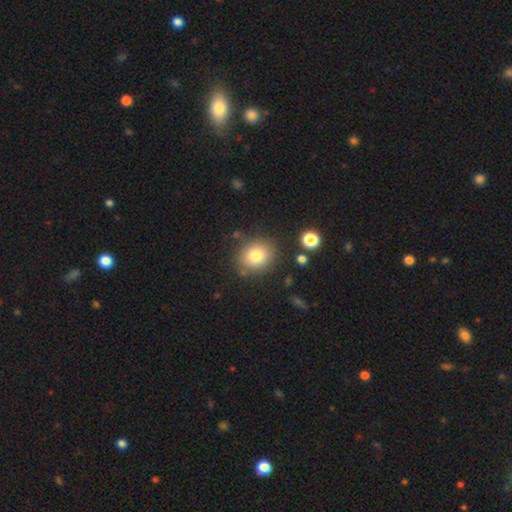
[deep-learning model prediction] smooth-or-featured: smooth: 79% | star or artifact: 11% | featured or disk: 9%
  how-rounded: round: 74% | in between: 25% | cigar-shaped: 1%
  merging: none: 82% | minor disturbance: 11% | merger: 4% | major disturbance: 4%